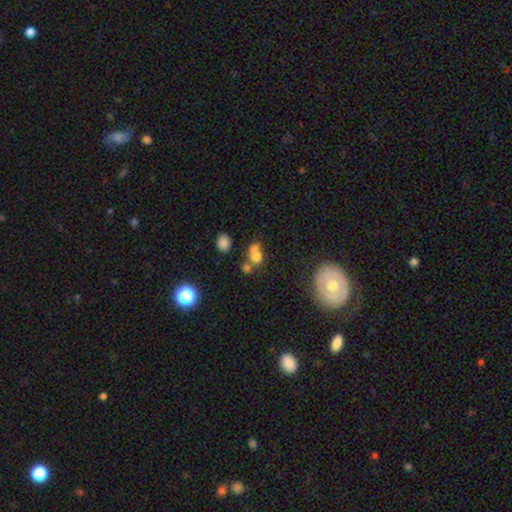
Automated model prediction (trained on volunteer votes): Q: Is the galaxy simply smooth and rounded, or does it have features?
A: smooth — 69%.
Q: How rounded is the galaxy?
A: round — 65%.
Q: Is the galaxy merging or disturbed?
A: merger — 52%.